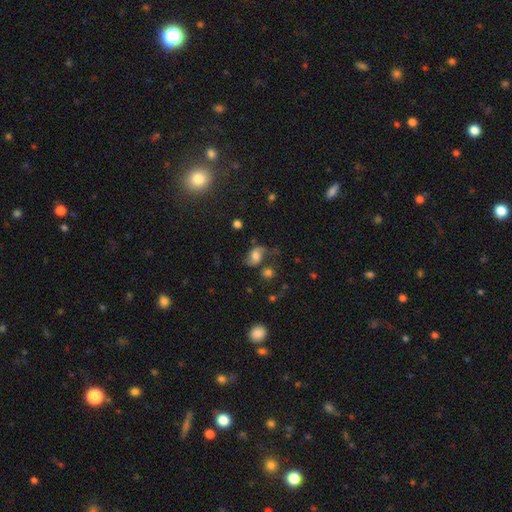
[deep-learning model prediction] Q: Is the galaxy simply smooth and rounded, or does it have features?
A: featured or disk — 55%.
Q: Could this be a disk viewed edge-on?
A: no — 96%.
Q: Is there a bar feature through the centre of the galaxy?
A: no — 57%.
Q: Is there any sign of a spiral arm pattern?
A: yes — 87%.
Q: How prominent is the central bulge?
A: moderate — 37%.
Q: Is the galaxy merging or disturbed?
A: none — 53%.